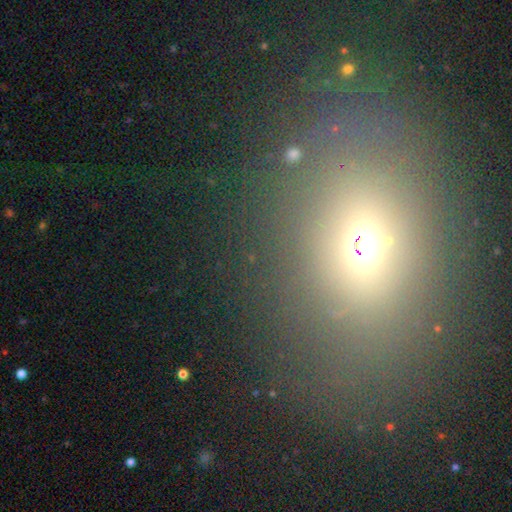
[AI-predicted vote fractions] Q: Smooth or featured?
A: smooth (47%); runner-up: star or artifact (40%)
Q: Merging?
A: none (77%); runner-up: minor disturbance (10%)